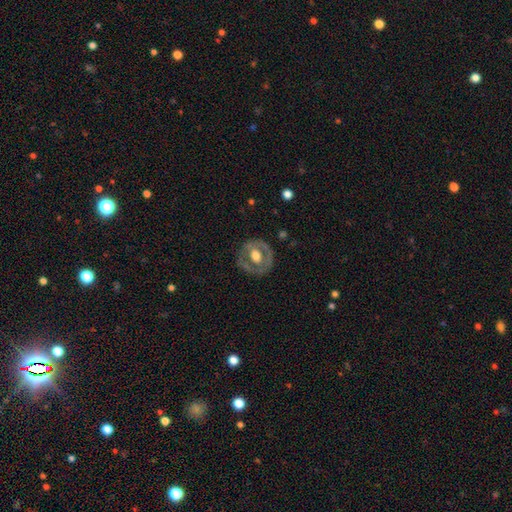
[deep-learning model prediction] The model was most divided on "bulge size": moderate: 54%, large: 38%, small: 5%, dominant: 2%, none: 2%. More confident: edge-on disk — no (95%); spiral arms — no (83%); merging — none (76%); bar — no (71%); smooth or featured — featured or disk (59%).